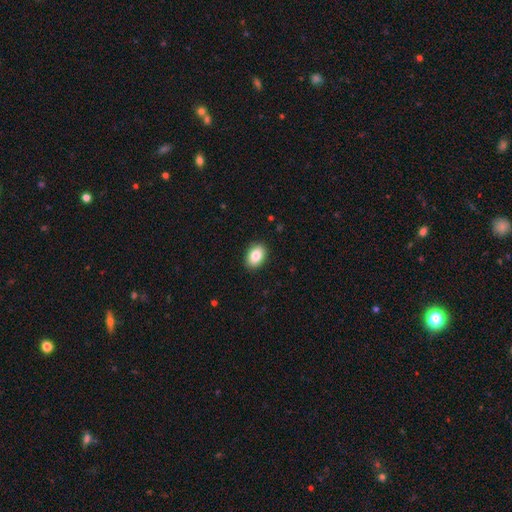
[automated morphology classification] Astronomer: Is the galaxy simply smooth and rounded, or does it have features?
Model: smooth — 84%.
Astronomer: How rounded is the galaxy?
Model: in between — 84%.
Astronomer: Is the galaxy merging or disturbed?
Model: none — 90%.